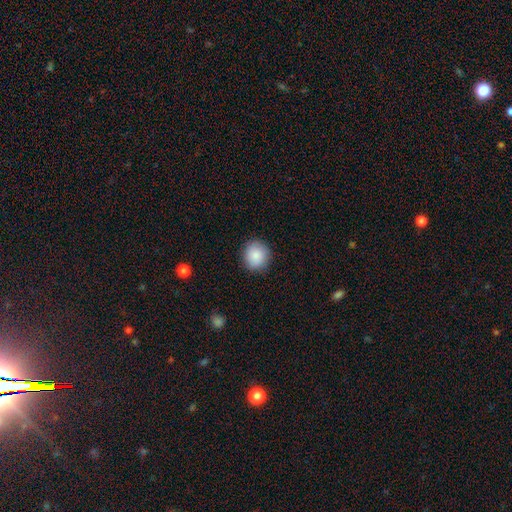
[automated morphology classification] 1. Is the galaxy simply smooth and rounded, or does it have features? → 87% smooth, 7% star or artifact, 5% featured or disk.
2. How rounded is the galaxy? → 90% round, 9% in between, 1% cigar-shaped.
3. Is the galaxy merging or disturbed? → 89% none, 8% minor disturbance, 2% major disturbance, 1% merger.